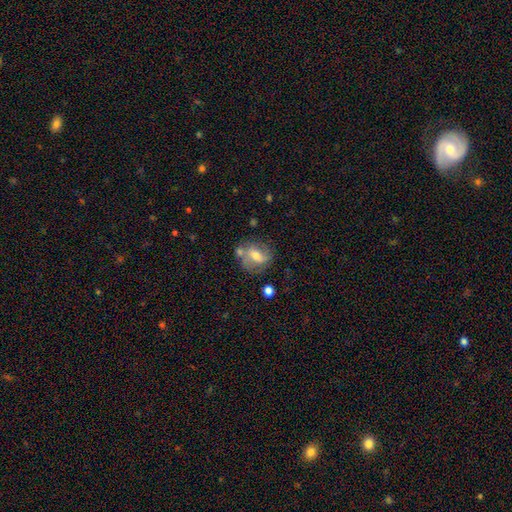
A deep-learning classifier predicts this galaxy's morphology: Q: Smooth or featured?
A: featured or disk (47%); runner-up: smooth (44%)
Q: Merging?
A: none (59%); runner-up: minor disturbance (20%)